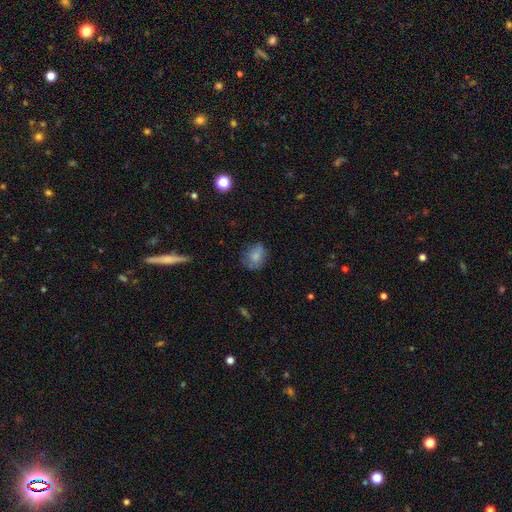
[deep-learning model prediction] smooth-or-featured: smooth: 75% | featured or disk: 15% | star or artifact: 10%
  how-rounded: in between: 50% | round: 49% | cigar-shaped: 1%
  merging: none: 63% | minor disturbance: 25% | major disturbance: 10% | merger: 2%